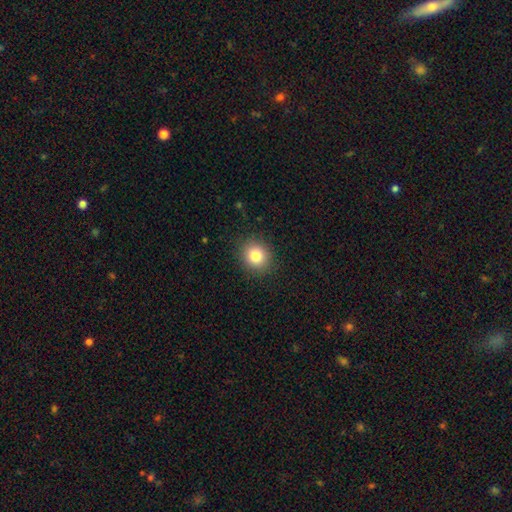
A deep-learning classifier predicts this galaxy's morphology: The model was most divided on "how rounded": round: 82%, in between: 17%, cigar-shaped: 1%. More confident: merging — none (90%); smooth or featured — smooth (83%).